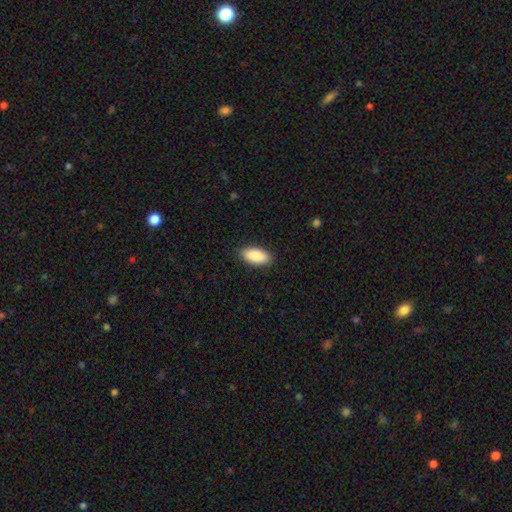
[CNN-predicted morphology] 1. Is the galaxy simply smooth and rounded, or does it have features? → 90% smooth, 6% star or artifact, 4% featured or disk.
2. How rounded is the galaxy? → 92% in between, 6% cigar-shaped, 2% round.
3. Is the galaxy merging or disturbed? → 89% none, 8% minor disturbance, 2% major disturbance, 1% merger.